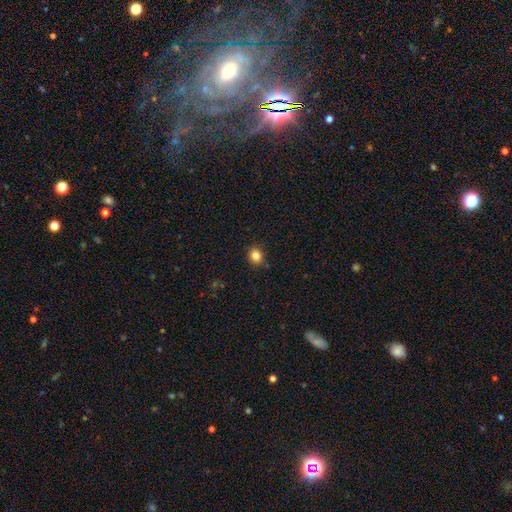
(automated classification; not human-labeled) smooth 84%, star or artifact 11%, featured or disk 5%. Down the decision tree: how rounded — round (75%); merging — none (88%).